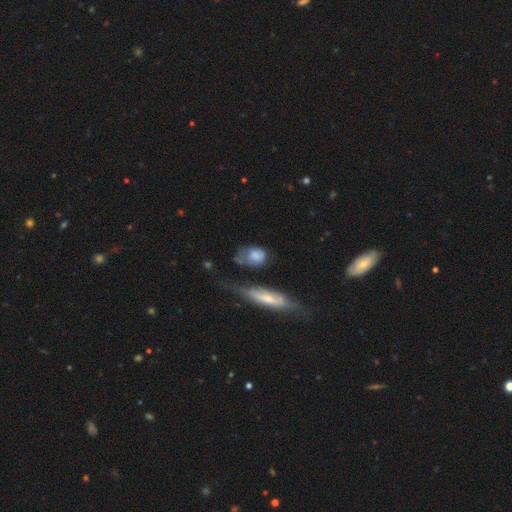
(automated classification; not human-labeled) Morphology: type=smooth (69%); roundness=in between (63%); merging=none (33%).